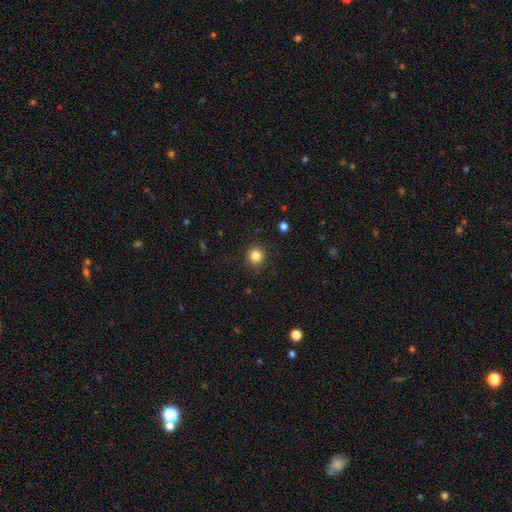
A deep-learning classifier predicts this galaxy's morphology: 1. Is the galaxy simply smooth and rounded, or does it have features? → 84% smooth, 12% star or artifact, 4% featured or disk.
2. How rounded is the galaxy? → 90% round, 9% in between, 1% cigar-shaped.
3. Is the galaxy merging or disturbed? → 89% none, 8% minor disturbance, 2% major disturbance, 1% merger.